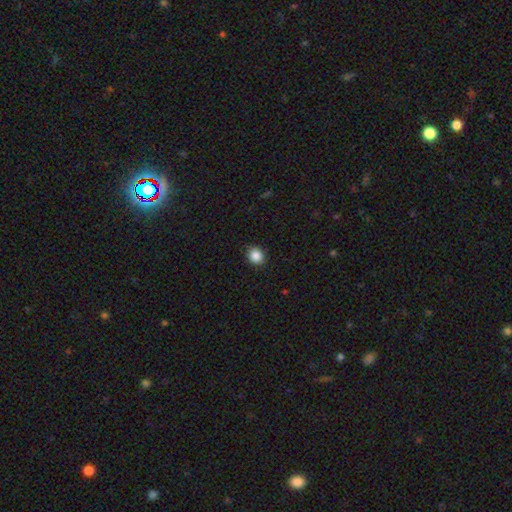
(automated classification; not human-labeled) A smooth galaxy with no disk features (86%) that is round (77%).

Vote fractions:
- Smooth or featured? smooth: 86% / star or artifact: 10% / featured or disk: 4%
- How rounded? round: 77% / in between: 22% / cigar-shaped: 1%
- Merging? none: 89% / minor disturbance: 8% / major disturbance: 2% / merger: 1%